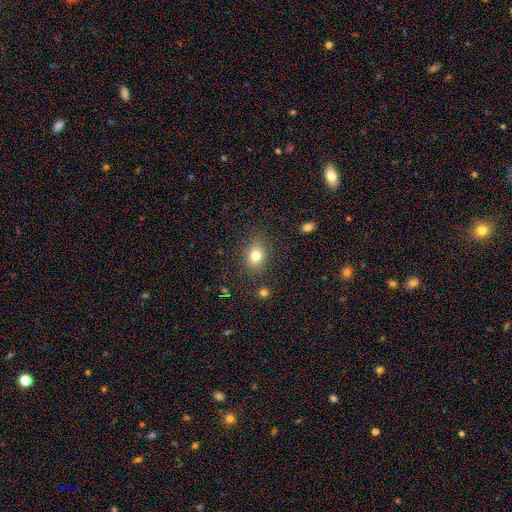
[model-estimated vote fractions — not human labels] A smooth galaxy with no disk features (78%) that is in between round and cigar-shaped (68%). Merging: none (82%).